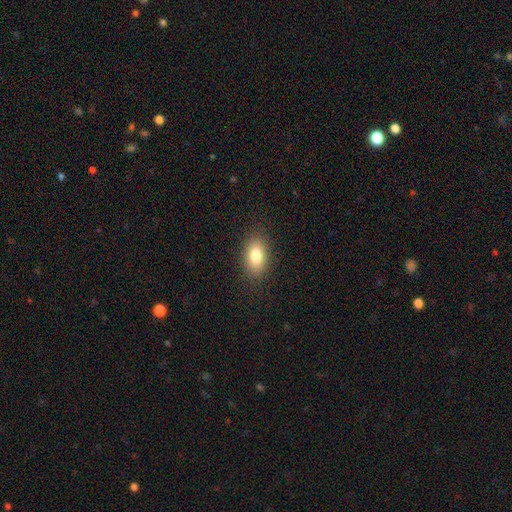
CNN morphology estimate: Smooth or featured? Predicted: smooth (p=0.82). How rounded? Predicted: in between (p=0.87). Merging? Predicted: none (p=0.87).